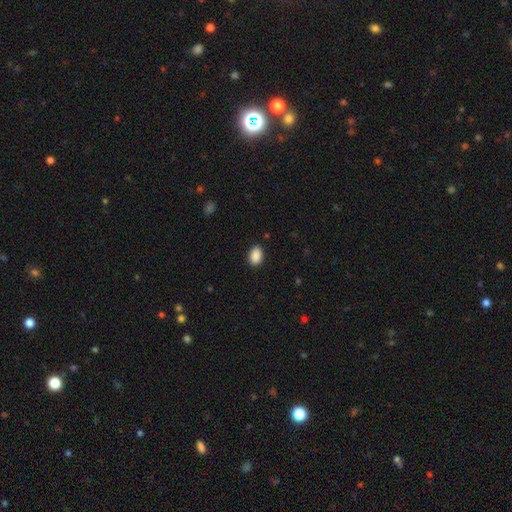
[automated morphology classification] Q: Smooth or featured?
A: smooth (90%); runner-up: star or artifact (8%)
Q: How rounded?
A: in between (83%); runner-up: round (16%)
Q: Merging?
A: none (89%); runner-up: minor disturbance (8%)